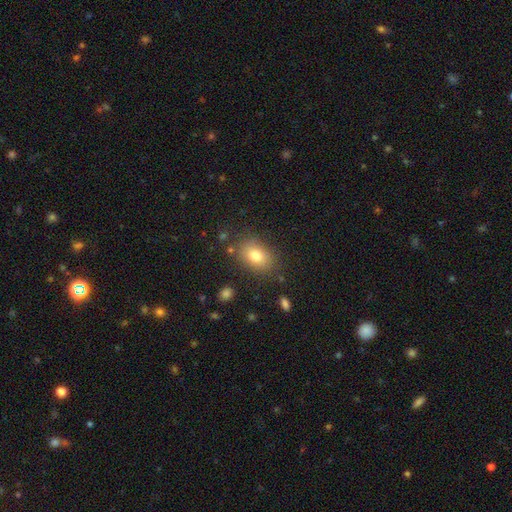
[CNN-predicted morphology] The model was most divided on "how rounded": in between: 79%, round: 20%, cigar-shaped: 1%. More confident: merging — none (81%); smooth or featured — smooth (80%).